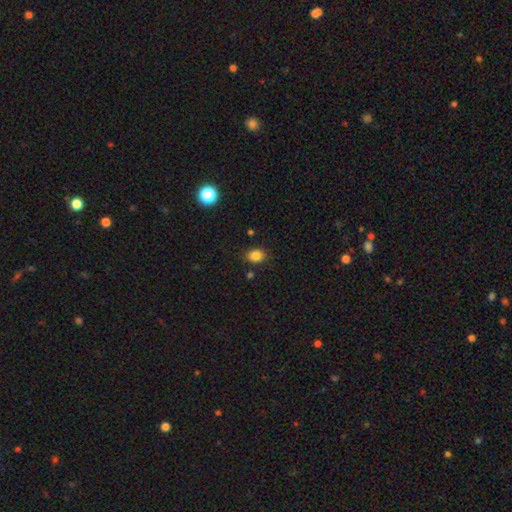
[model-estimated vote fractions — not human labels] This appears to be a smooth galaxy with no disk features (84%) that is in between round and cigar-shaped (56%). Merging: none (84%).